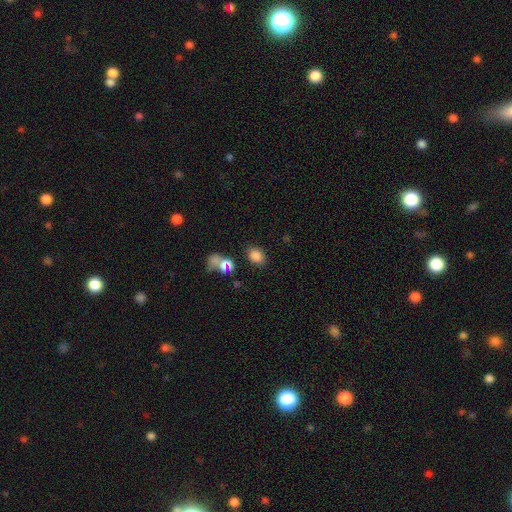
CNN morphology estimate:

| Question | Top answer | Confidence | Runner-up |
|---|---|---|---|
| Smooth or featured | smooth | 79% | star or artifact (15%) |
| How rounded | in between | 67% | round (32%) |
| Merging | none | 78% | minor disturbance (11%) |